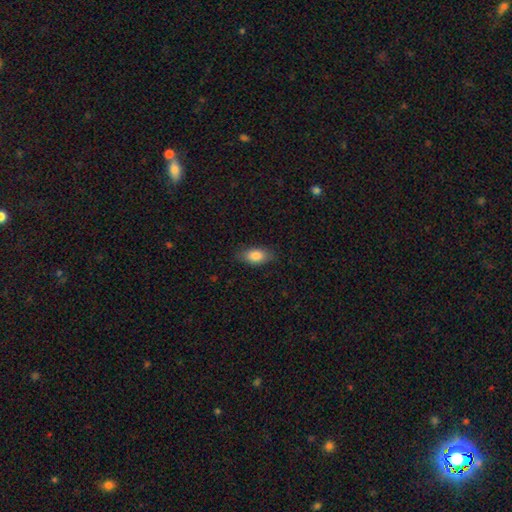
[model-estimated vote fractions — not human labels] The model was most divided on "merging": none: 83%, minor disturbance: 13%, major disturbance: 3%, merger: 1%. More confident: how rounded — in between (89%); smooth or featured — smooth (83%).